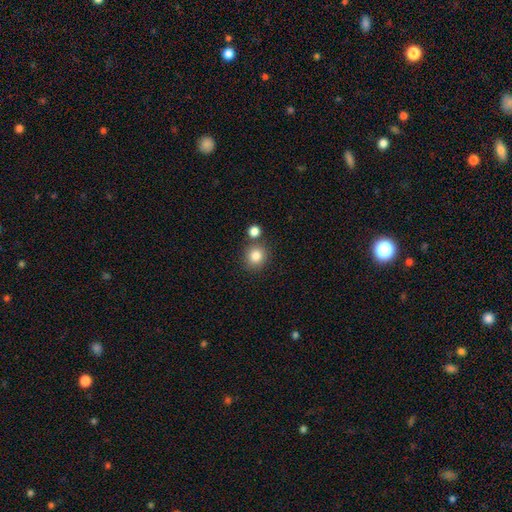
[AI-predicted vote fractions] A smooth galaxy with no disk features (83%) that is round (88%).

Vote fractions:
- Smooth or featured? smooth: 83% / star or artifact: 10% / featured or disk: 6%
- How rounded? round: 88% / in between: 11% / cigar-shaped: 1%
- Merging? none: 74% / merger: 14% / minor disturbance: 9% / major disturbance: 3%